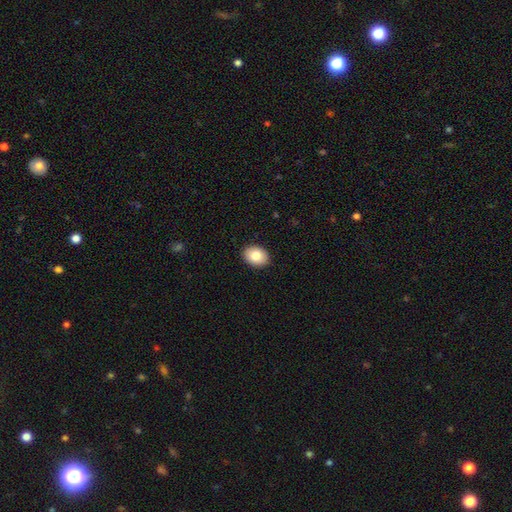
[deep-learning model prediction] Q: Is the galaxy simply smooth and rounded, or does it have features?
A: smooth — 83%.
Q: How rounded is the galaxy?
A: in between — 66%.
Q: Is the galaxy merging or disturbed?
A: none — 91%.